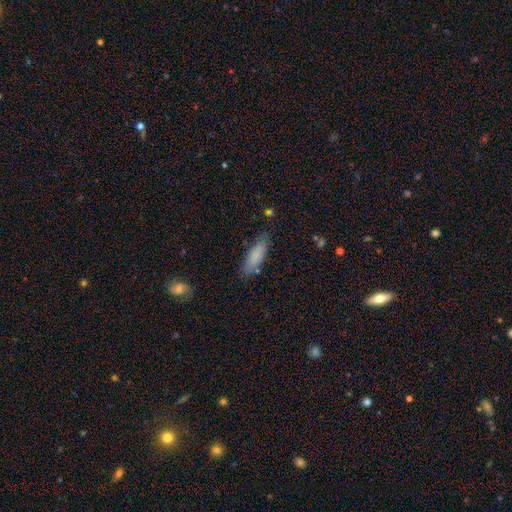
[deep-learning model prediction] Morphology: type=smooth (81%); roundness=cigar-shaped (52%); merging=none (76%).